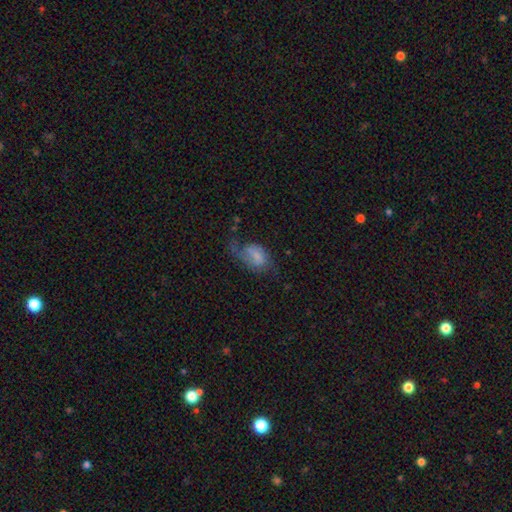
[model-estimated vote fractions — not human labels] This appears to be a featured or disk galaxy (46%). Merging: major disturbance (36%).